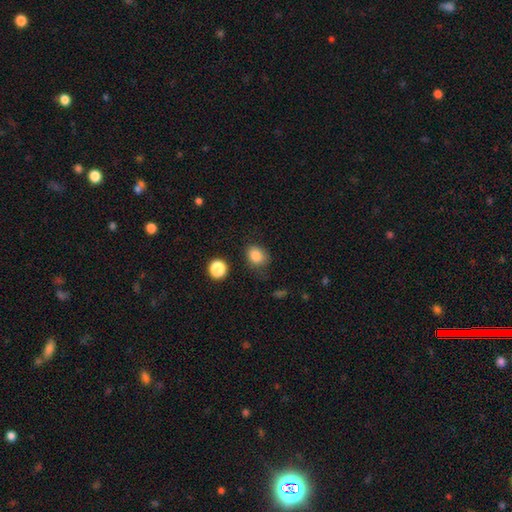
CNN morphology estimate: Overall: smooth (84%). How rounded: round (56%; in between 43%). Merging: none (71%).